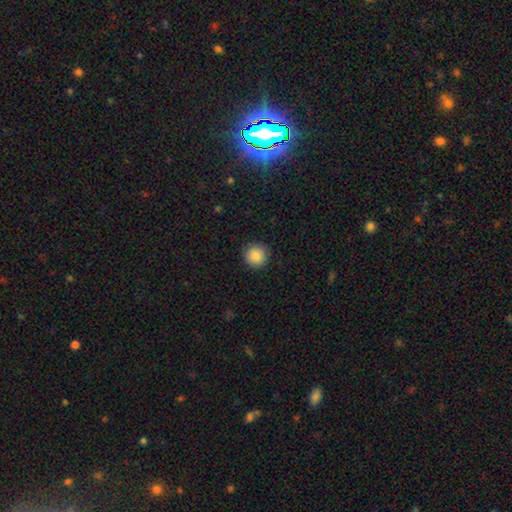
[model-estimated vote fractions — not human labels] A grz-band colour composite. It shows a smooth galaxy with no disk features (86%) that is round (95%). Merging: none (91%).